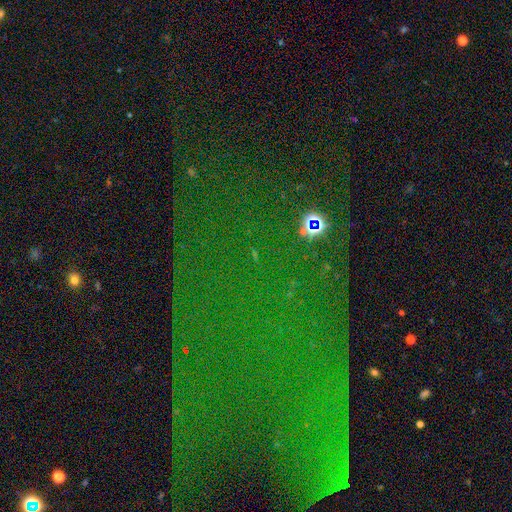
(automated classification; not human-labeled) Smooth or featured: star or artifact — 84% (smooth — 9%)